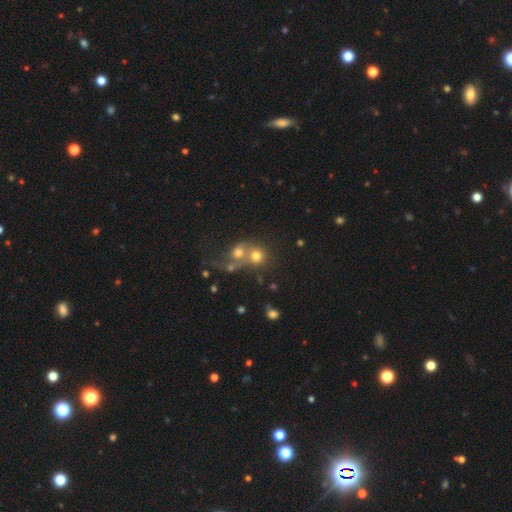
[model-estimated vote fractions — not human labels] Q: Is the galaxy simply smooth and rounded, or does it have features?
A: smooth — 65%.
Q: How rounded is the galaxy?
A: round — 80%.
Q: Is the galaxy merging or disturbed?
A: merger — 62%.